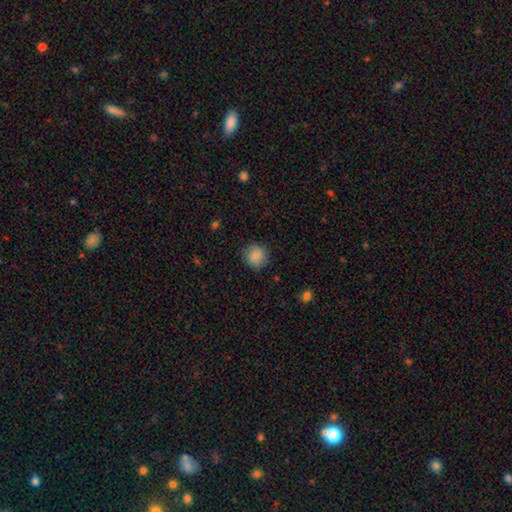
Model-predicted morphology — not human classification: This appears to be a smooth galaxy with no disk features (86%) that is round (90%). Merging: none (86%).